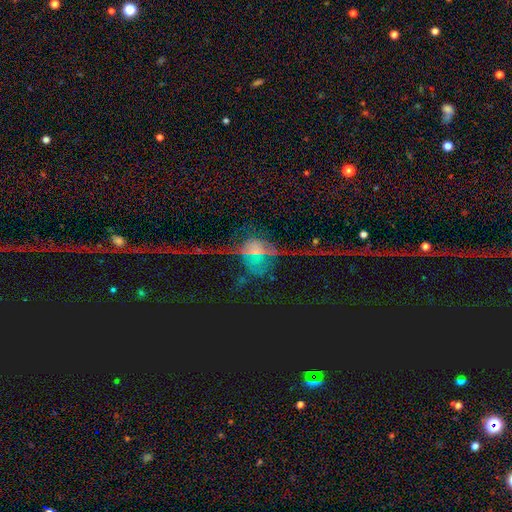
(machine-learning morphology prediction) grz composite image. It shows a star or artifact, not a galaxy (41%).